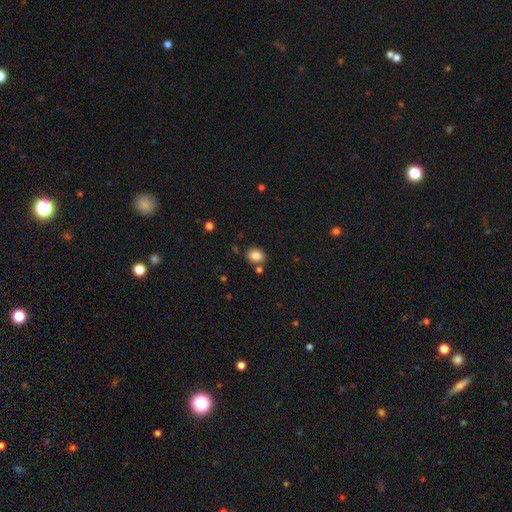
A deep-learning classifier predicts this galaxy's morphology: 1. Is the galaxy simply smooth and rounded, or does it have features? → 85% smooth, 10% star or artifact, 5% featured or disk.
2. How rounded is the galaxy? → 52% in between, 47% round, 1% cigar-shaped.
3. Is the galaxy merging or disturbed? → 74% none, 12% minor disturbance, 11% merger, 3% major disturbance.